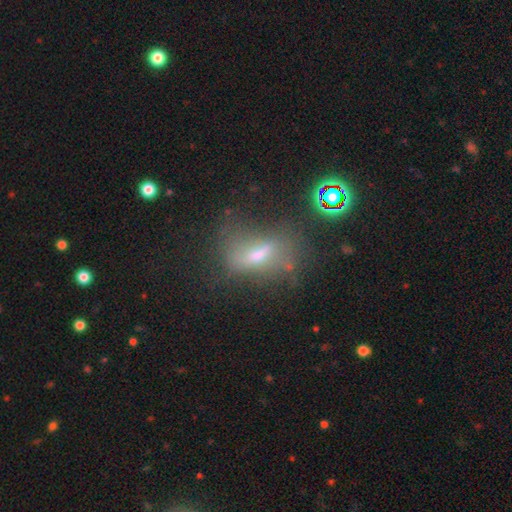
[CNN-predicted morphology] This is possibly a featured or disk galaxy (45%). Merging: possibly none (46%).